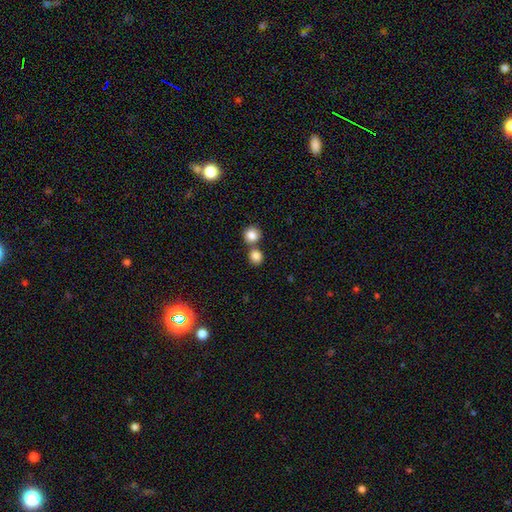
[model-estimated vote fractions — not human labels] Q: Smooth or featured?
A: smooth (84%); runner-up: star or artifact (11%)
Q: How rounded?
A: round (82%); runner-up: in between (17%)
Q: Merging?
A: none (56%); runner-up: merger (34%)